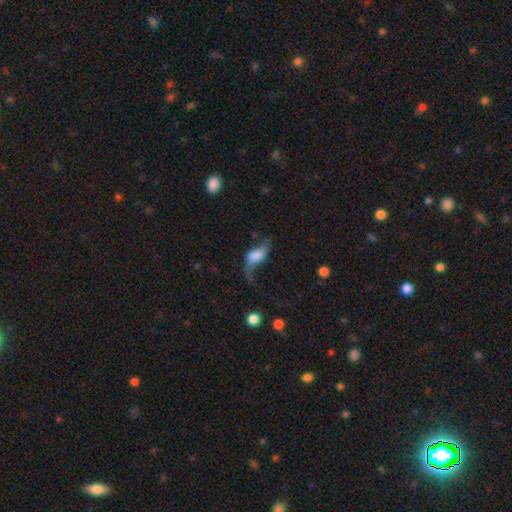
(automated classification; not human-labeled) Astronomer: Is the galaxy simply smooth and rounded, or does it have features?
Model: featured or disk — 55% (runner-up: smooth, 35%).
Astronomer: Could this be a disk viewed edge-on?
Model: no — 90%.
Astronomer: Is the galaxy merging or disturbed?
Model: none — 40% (runner-up: major disturbance, 30%).